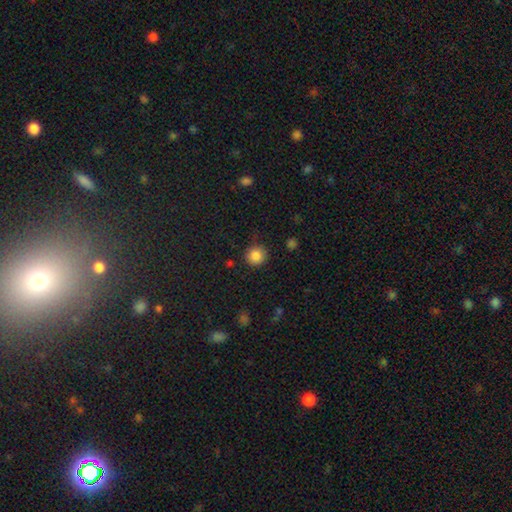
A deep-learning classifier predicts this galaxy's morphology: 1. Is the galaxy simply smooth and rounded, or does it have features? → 86% smooth, 10% star or artifact, 4% featured or disk.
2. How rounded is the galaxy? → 92% round, 7% in between, 1% cigar-shaped.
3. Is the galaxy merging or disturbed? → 83% none, 12% minor disturbance, 4% major disturbance, 2% merger.